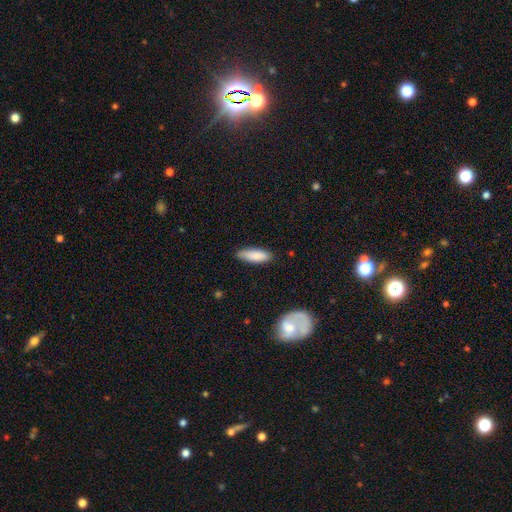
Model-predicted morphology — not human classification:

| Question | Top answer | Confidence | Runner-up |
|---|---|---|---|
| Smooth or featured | smooth | 85% | featured or disk (9%) |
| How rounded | in between | 56% | cigar-shaped (42%) |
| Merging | none | 83% | minor disturbance (13%) |